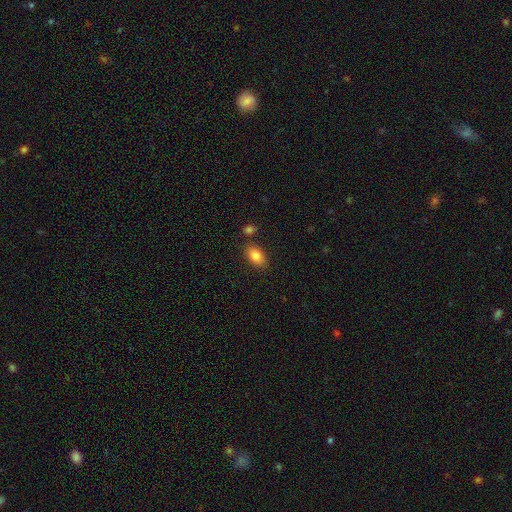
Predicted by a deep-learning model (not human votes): Smooth or featured?
  - smooth: 84% *
  - featured or disk: 8%
  - star or artifact: 8%
How rounded?
  - in between: 90% *
  - round: 8%
  - cigar-shaped: 2%
Merging?
  - none: 81% *
  - minor disturbance: 11%
  - merger: 6%
  - major disturbance: 2%